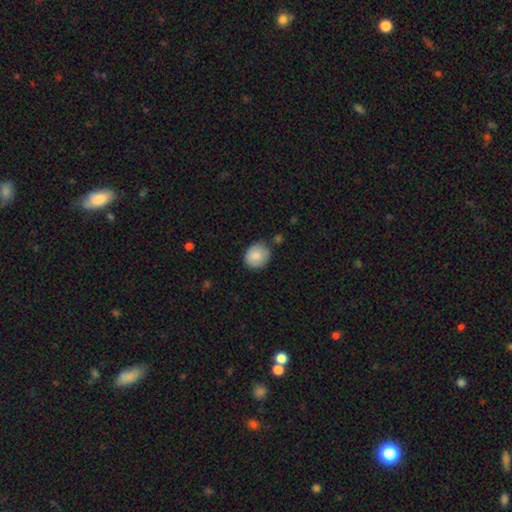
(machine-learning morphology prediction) smooth 85%, featured or disk 8%, star or artifact 7%. Down the decision tree: how rounded — round (74%); merging — none (75%).